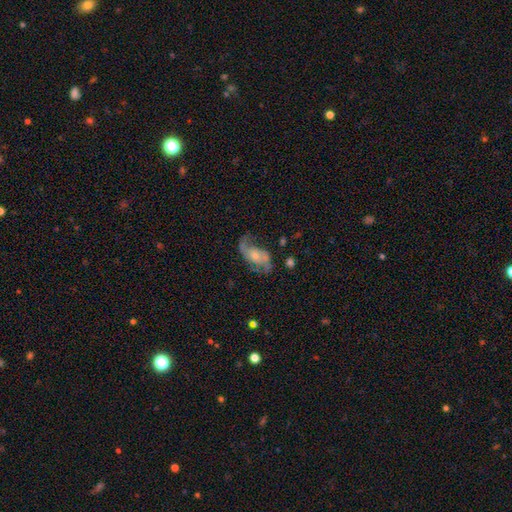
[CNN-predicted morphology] Overall: featured or disk (76%). Edge-on disk: no (96%). Bar: no (59%; weak 32%). Spiral arms: yes (90%). Spiral arm count: 2 (85%). Spiral winding: loose (57%; medium 33%). Bulge size: small (44%; moderate 39%). Merging: none (55%; minor disturbance 21%).